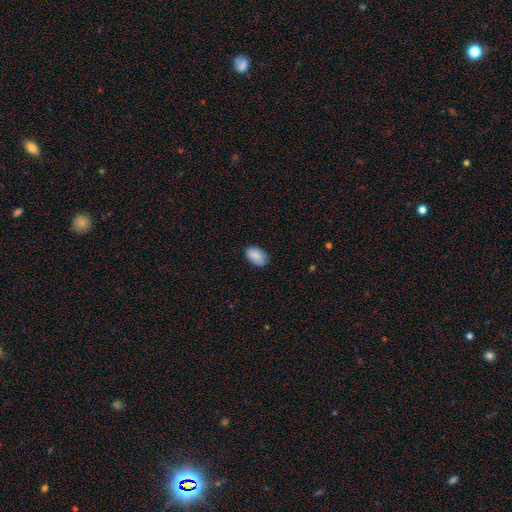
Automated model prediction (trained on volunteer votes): Smooth or featured? smooth (89%)
How rounded? in between (92%)
Merging? none (78%)